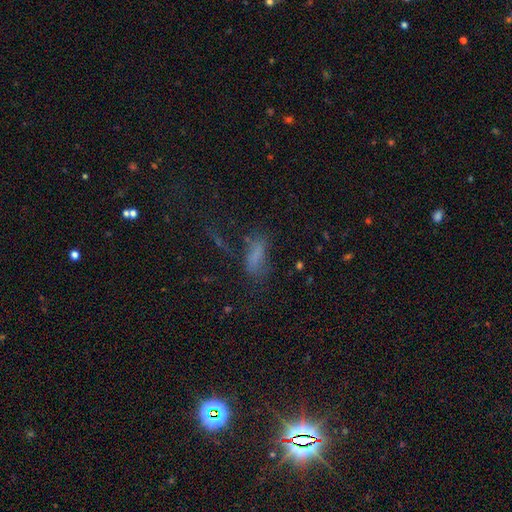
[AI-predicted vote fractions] Morphology: type=smooth (61%); roundness=in between (65%); merging=none (41%).